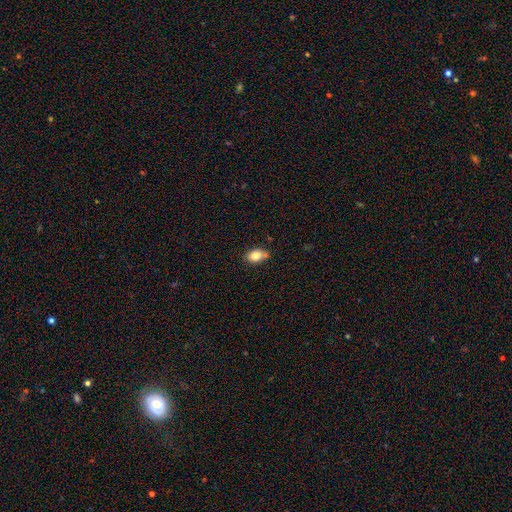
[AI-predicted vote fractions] Morphology: type=smooth (82%); roundness=in between (80%); merging=none (66%).